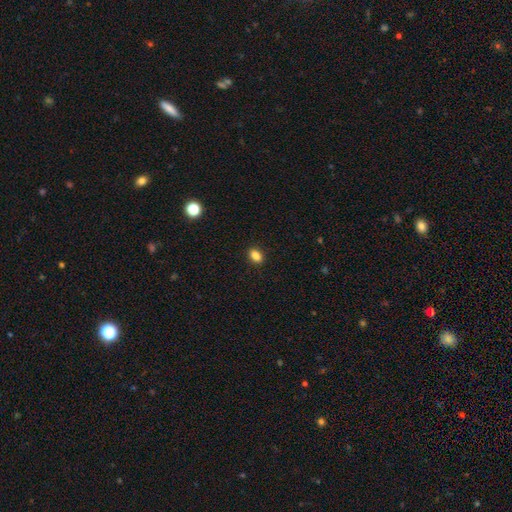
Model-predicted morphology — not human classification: A smooth galaxy with no disk features (86%) that is in between round and cigar-shaped (79%).

Vote fractions:
- Smooth or featured? smooth: 86% / star or artifact: 10% / featured or disk: 4%
- How rounded? in between: 79% / round: 20% / cigar-shaped: 2%
- Merging? none: 89% / minor disturbance: 8% / major disturbance: 2% / merger: 1%